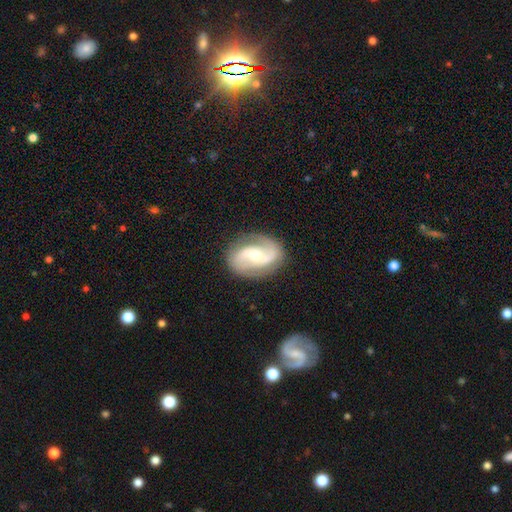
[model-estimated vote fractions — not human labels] Q: Smooth or featured?
A: featured or disk (86%); runner-up: smooth (9%)
Q: Edge-on disk?
A: no (97%); runner-up: yes (3%)
Q: Bar?
A: weak (40%); runner-up: no (34%)
Q: Spiral arms?
A: yes (96%); runner-up: no (4%)
Q: Spiral winding?
A: medium (50%); runner-up: loose (31%)
Q: Spiral arm count?
A: 2 (92%); runner-up: can't tell (3%)
Q: Bulge size?
A: moderate (55%); runner-up: small (40%)
Q: Merging?
A: none (83%); runner-up: minor disturbance (11%)